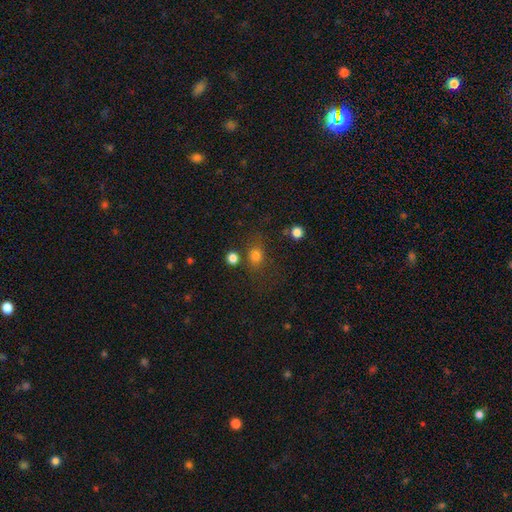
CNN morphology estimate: smooth 78%, star or artifact 16%, featured or disk 7%. Down the decision tree: how rounded — round (65%); merging — none (69%).